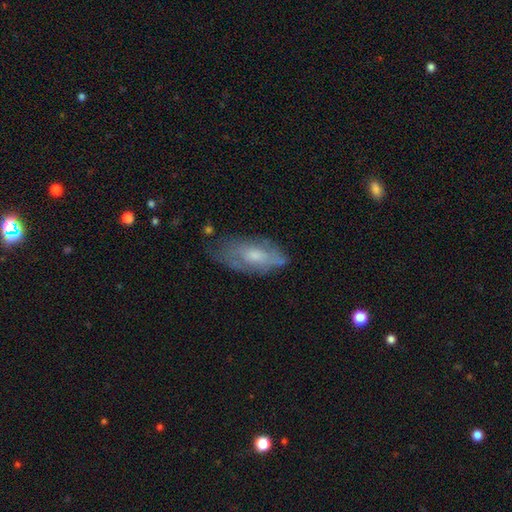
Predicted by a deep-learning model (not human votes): A smooth galaxy with no disk features (47%). Merging: none (59%).